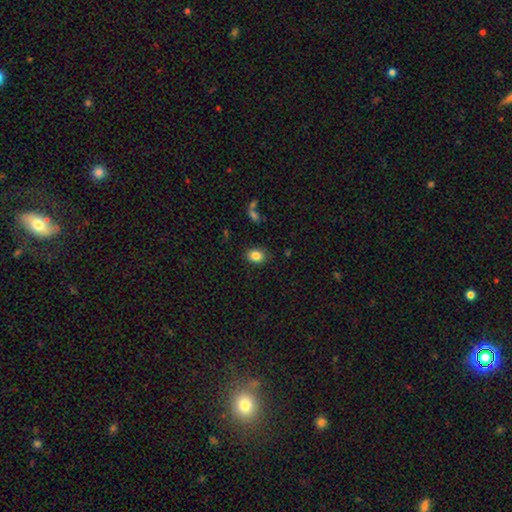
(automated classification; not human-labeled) Smooth or featured: smooth — 84% (star or artifact — 9%)
How rounded: in between — 59% (round — 40%)
Merging: none — 86% (minor disturbance — 10%)